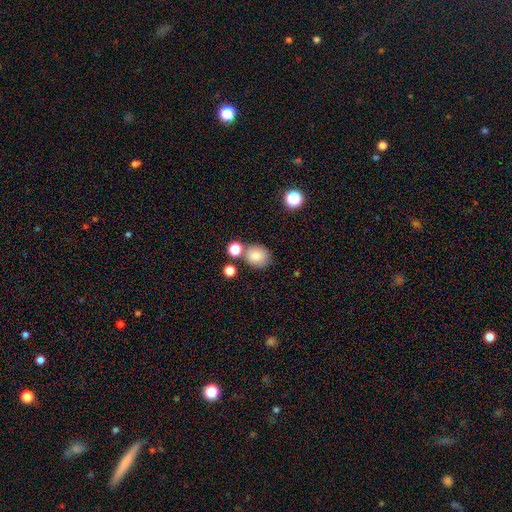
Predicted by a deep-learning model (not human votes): Smooth or featured? smooth (83%)
How rounded? round (66%)
Merging? none (67%)